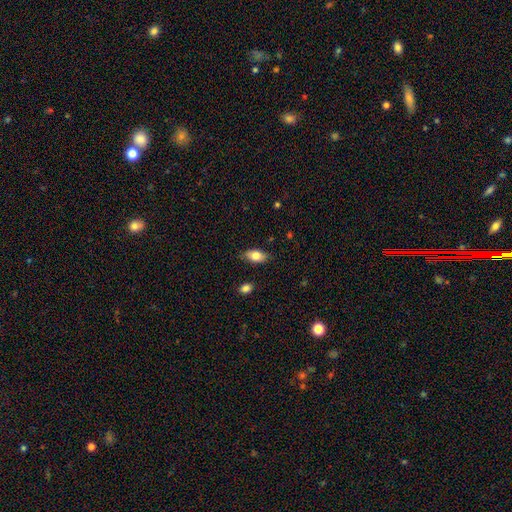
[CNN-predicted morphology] Overall: smooth (78%). How rounded: in between (90%). Merging: none (81%).